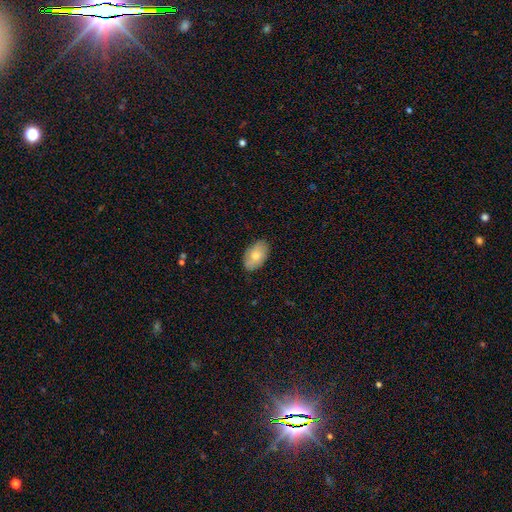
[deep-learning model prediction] The model was most divided on "smooth or featured": smooth: 77%, featured or disk: 17%, star or artifact: 6%. More confident: how rounded — in between (92%); merging — none (83%).